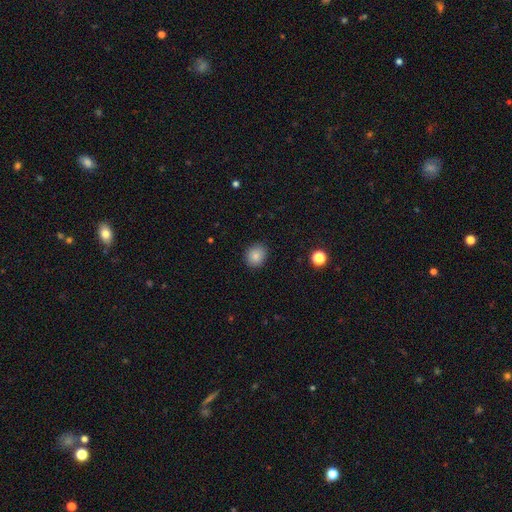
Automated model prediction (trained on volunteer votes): Smooth or featured? Predicted: smooth (p=0.84). How rounded? Predicted: round (p=0.72). Merging? Predicted: none (p=0.88).